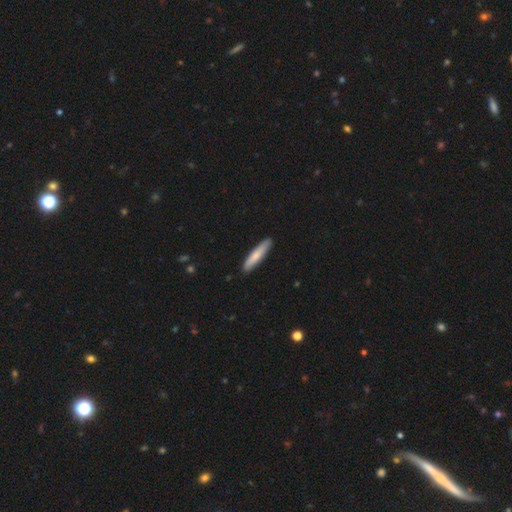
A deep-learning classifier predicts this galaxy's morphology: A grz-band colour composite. It shows a smooth galaxy with no disk features (77%) that is cigar-shaped (87%). Merging: none (89%).